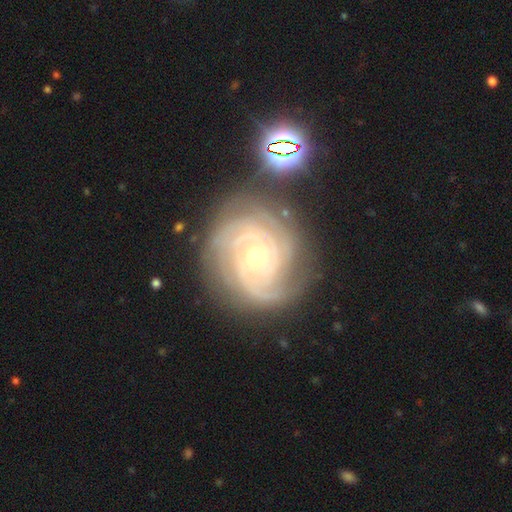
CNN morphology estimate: This appears to be a featured or disk galaxy (88%) with no bar (77%), 3 (29%) tight (76%) spiral arms (98%) and a small central bulge (64%). Merging: none (73%).